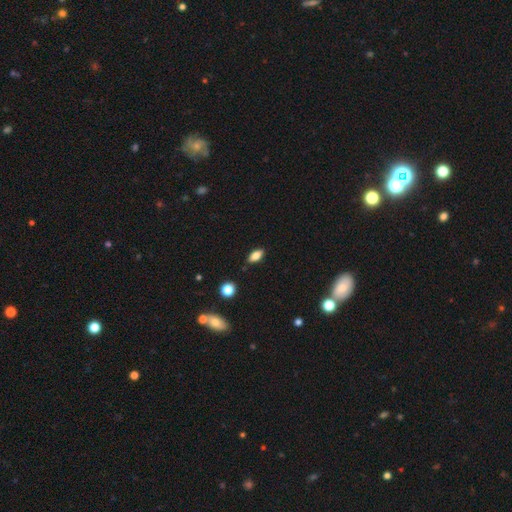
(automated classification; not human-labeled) Smooth or featured?
  - smooth: 77% *
  - featured or disk: 14%
  - star or artifact: 9%
How rounded?
  - in between: 86% *
  - cigar-shaped: 10%
  - round: 5%
Merging?
  - none: 85% *
  - minor disturbance: 10%
  - major disturbance: 2%
  - merger: 2%